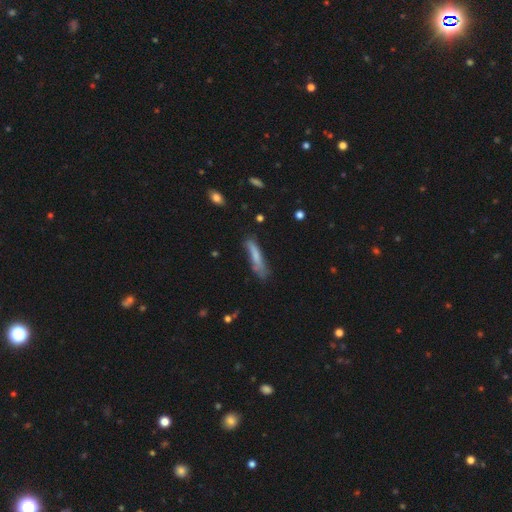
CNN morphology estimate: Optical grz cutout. It shows a smooth galaxy with no disk features (67%) that is cigar-shaped (86%). Merging: none (55%).